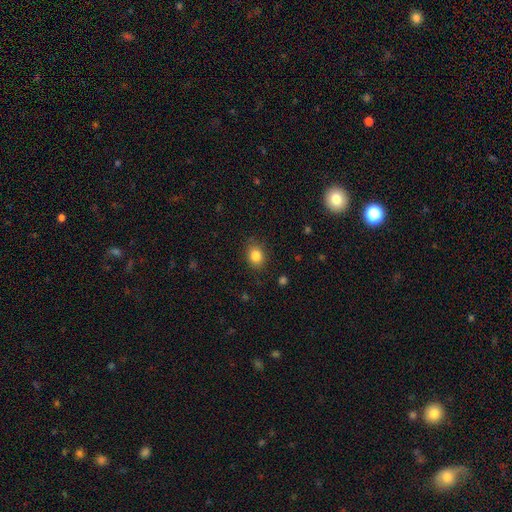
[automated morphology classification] type=smooth (83%); roundness=round (50%); merging=none (84%).